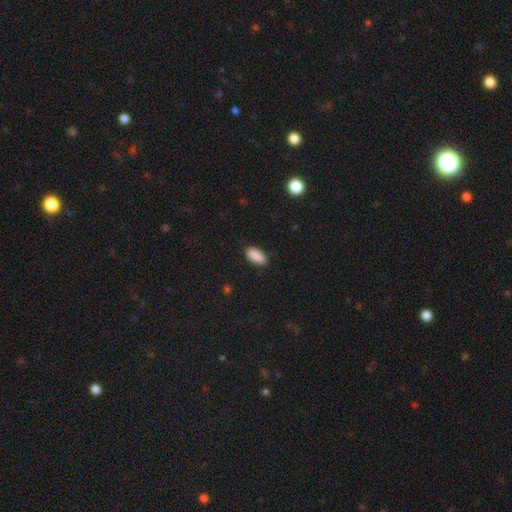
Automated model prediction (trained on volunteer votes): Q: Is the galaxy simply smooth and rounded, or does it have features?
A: smooth — 90%.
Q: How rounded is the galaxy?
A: in between — 91%.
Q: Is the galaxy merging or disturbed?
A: none — 86%.